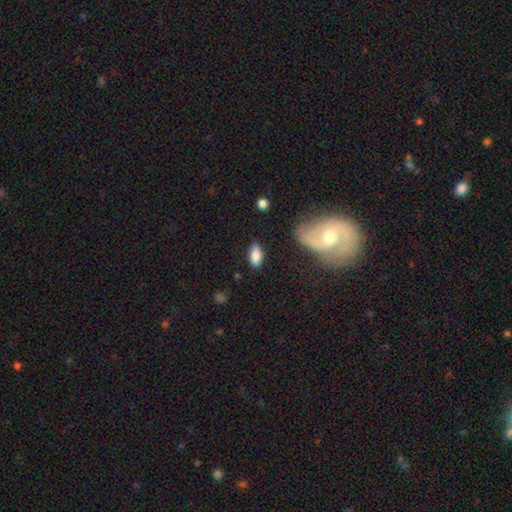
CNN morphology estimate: Q: Smooth or featured?
A: smooth (83%); runner-up: featured or disk (10%)
Q: How rounded?
A: in between (91%); runner-up: cigar-shaped (6%)
Q: Merging?
A: none (79%); runner-up: minor disturbance (15%)